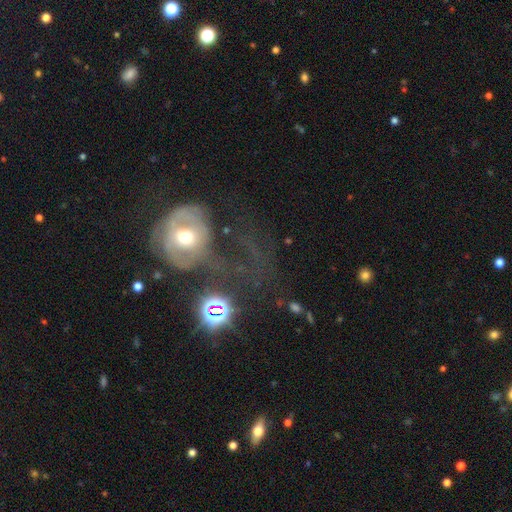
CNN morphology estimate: Smooth or featured: featured or disk — 48% (smooth — 33%)
Merging: major disturbance — 37% (none — 35%)